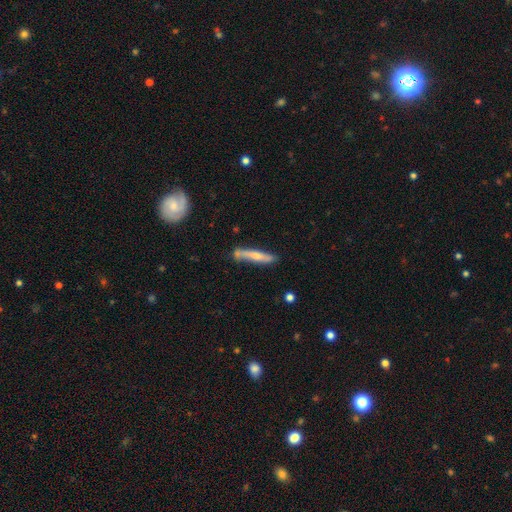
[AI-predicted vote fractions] This appears to be a smooth galaxy with no disk features (52%) that is cigar-shaped (91%). Merging: none (70%).